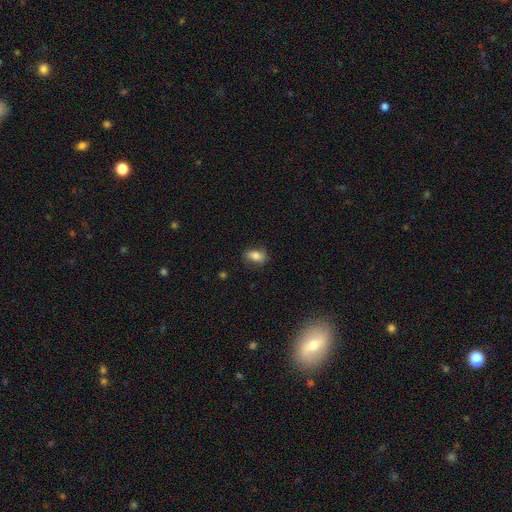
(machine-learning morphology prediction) smooth-or-featured: smooth: 77% | featured or disk: 14% | star or artifact: 9%
  how-rounded: in between: 85% | round: 12% | cigar-shaped: 3%
  merging: none: 78% | minor disturbance: 17% | major disturbance: 4% | merger: 1%